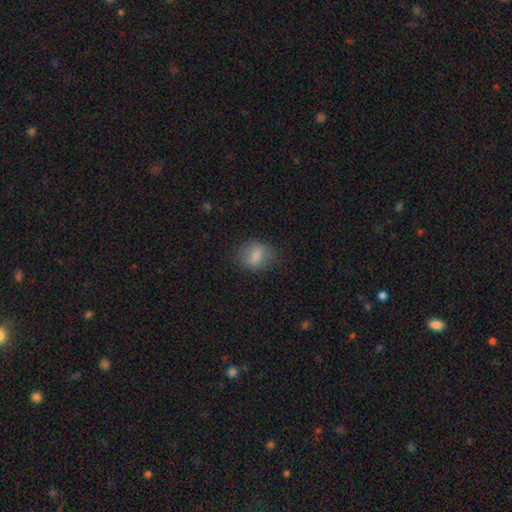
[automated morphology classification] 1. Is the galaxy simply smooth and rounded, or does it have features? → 77% smooth, 14% featured or disk, 9% star or artifact.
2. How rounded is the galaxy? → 55% in between, 43% round, 3% cigar-shaped.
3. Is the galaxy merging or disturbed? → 77% none, 16% minor disturbance, 6% major disturbance, 1% merger.